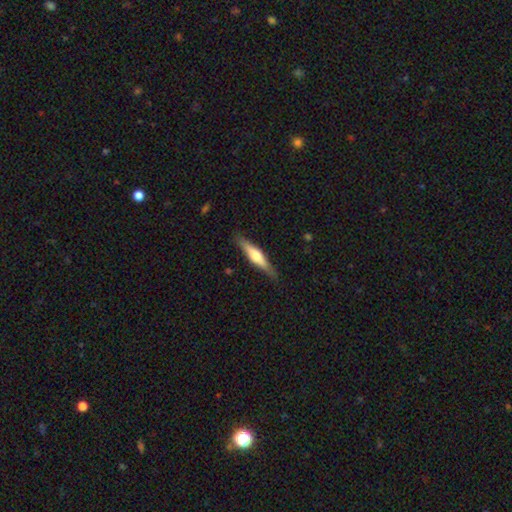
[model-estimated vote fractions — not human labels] A featured or disk galaxy (54%) viewed edge-on (95%) with a rounded central bulge (87%). Merging: none (86%).